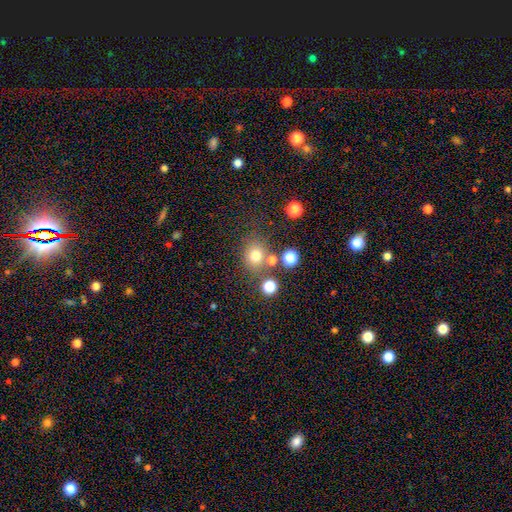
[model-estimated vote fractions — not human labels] smooth-or-featured: smooth: 74% | star or artifact: 17% | featured or disk: 9%
  how-rounded: round: 74% | in between: 25% | cigar-shaped: 1%
  merging: none: 69% | merger: 14% | minor disturbance: 12% | major disturbance: 5%